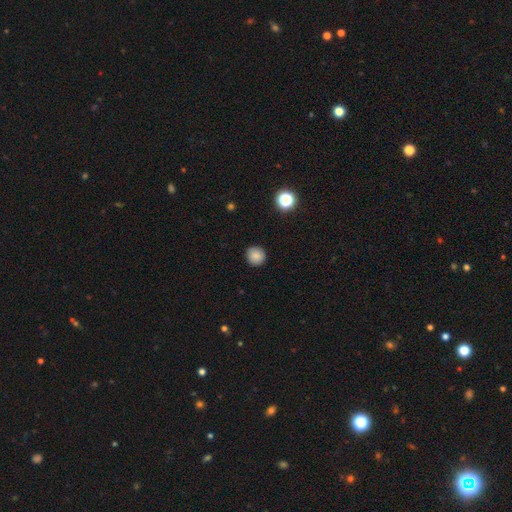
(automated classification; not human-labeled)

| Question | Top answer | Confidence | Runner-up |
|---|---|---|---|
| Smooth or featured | smooth | 85% | star or artifact (10%) |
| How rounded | round | 94% | in between (5%) |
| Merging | none | 91% | minor disturbance (6%) |